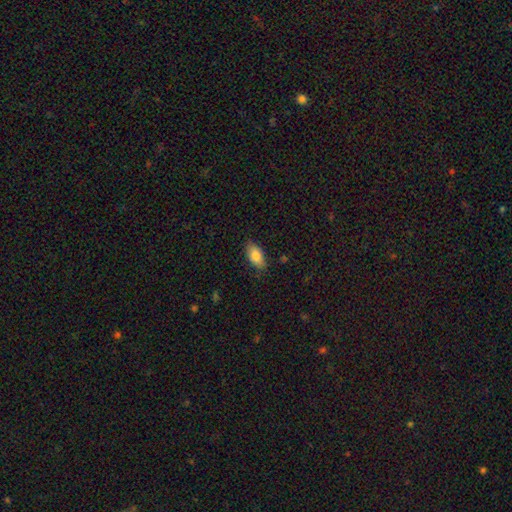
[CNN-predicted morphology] smooth-or-featured: smooth: 82% | featured or disk: 11% | star or artifact: 7%
  how-rounded: in between: 90% | cigar-shaped: 6% | round: 4%
  merging: none: 82% | minor disturbance: 14% | major disturbance: 3% | merger: 1%